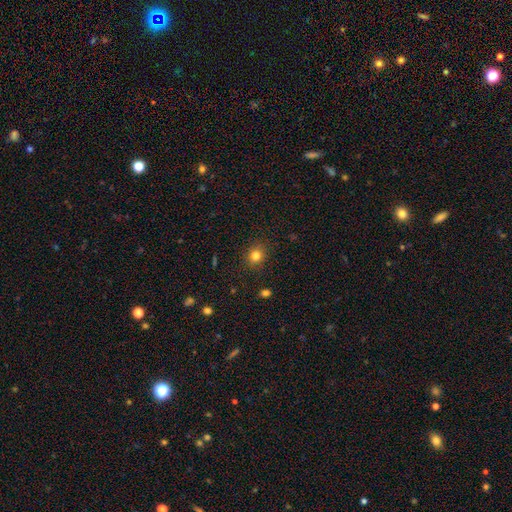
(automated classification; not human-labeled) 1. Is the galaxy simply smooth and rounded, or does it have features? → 81% smooth, 13% star or artifact, 6% featured or disk.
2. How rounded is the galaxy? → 78% round, 21% in between, 1% cigar-shaped.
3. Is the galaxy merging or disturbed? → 89% none, 8% minor disturbance, 2% major disturbance, 1% merger.